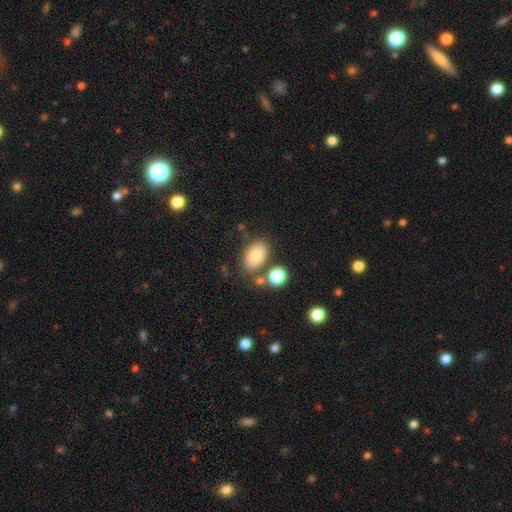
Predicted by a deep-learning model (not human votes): The model was most divided on "merging": none: 73%, minor disturbance: 13%, merger: 10%, major disturbance: 4%. More confident: how rounded — in between (87%); smooth or featured — smooth (81%).